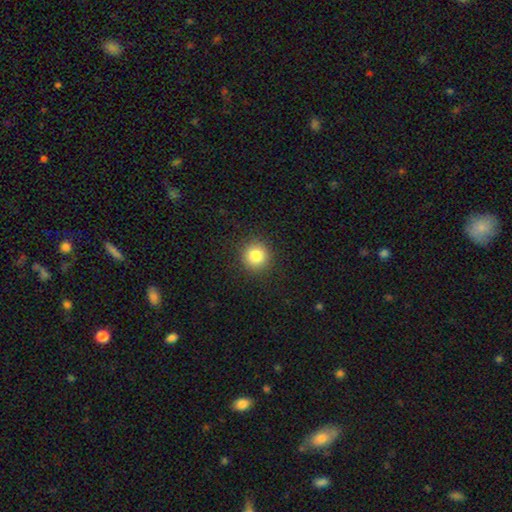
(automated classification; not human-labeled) Q: Smooth or featured?
A: smooth (84%); runner-up: star or artifact (11%)
Q: How rounded?
A: round (93%); runner-up: in between (6%)
Q: Merging?
A: none (92%); runner-up: minor disturbance (5%)